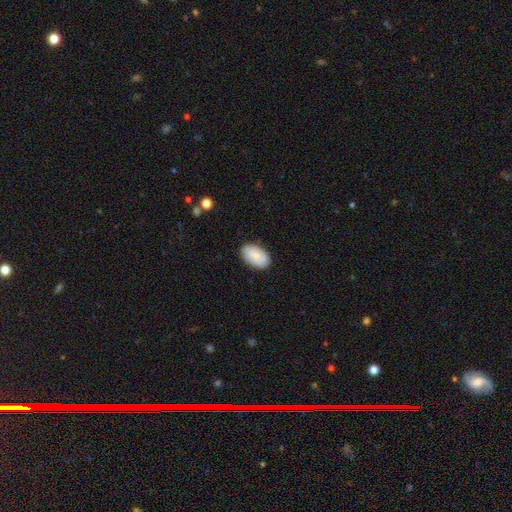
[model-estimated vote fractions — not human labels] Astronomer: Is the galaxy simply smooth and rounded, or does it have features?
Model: smooth — 83%.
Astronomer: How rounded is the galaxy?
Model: in between — 94%.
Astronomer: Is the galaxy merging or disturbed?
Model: none — 85%.